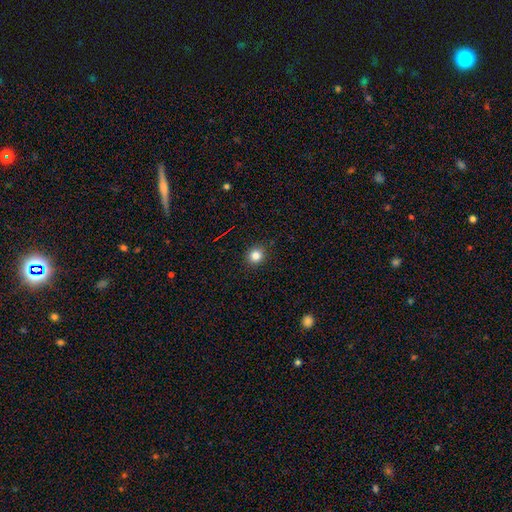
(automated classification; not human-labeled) A smooth galaxy with no disk features (82%) that is round (88%).

Vote fractions:
- Smooth or featured? smooth: 82% / star or artifact: 13% / featured or disk: 5%
- How rounded? round: 88% / in between: 11% / cigar-shaped: 1%
- Merging? none: 91% / minor disturbance: 6% / major disturbance: 2% / merger: 1%